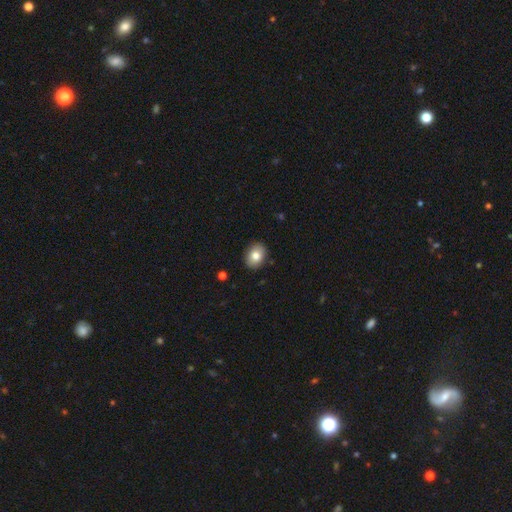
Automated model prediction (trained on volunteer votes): Smooth or featured: smooth — 81% (featured or disk — 11%)
How rounded: in between — 67% (round — 32%)
Merging: none — 89% (minor disturbance — 8%)